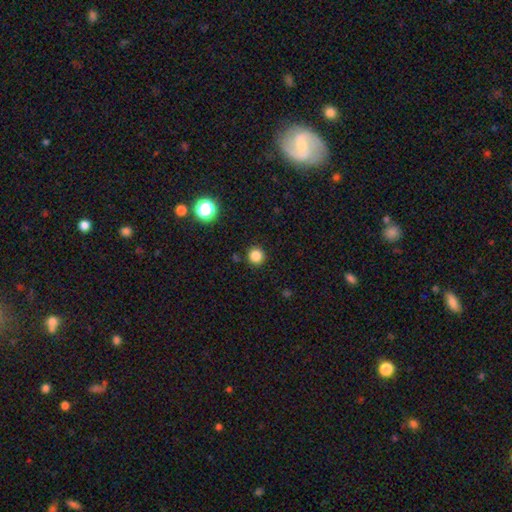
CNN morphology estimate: Q: Smooth or featured?
A: smooth (83%); runner-up: star or artifact (13%)
Q: How rounded?
A: round (94%); runner-up: in between (5%)
Q: Merging?
A: none (90%); runner-up: minor disturbance (6%)